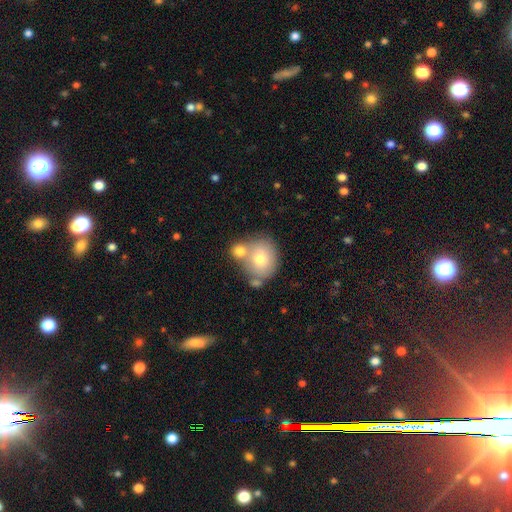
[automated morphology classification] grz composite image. It shows a smooth galaxy with no disk features (65%) that is round (71%). Merging: none (51%).